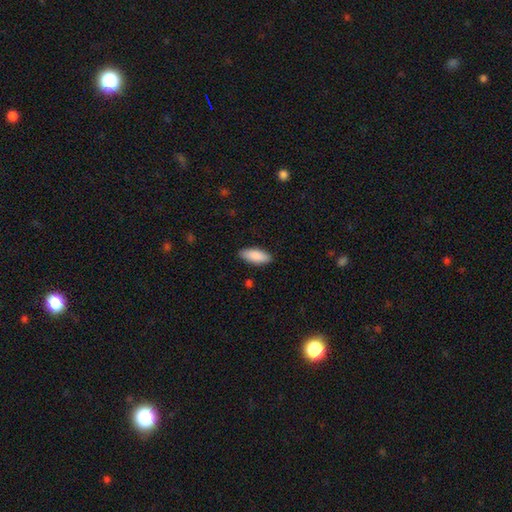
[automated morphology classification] This appears to be a smooth galaxy with no disk features (89%) that is in between round and cigar-shaped (80%). Merging: none (89%).